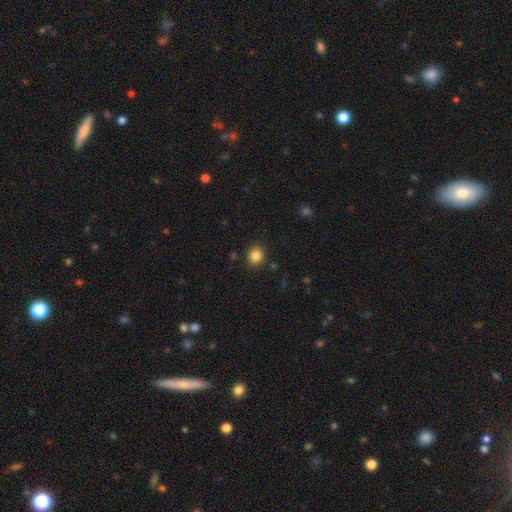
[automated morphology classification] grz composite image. It shows a smooth galaxy with no disk features (84%) that is round (83%). Merging: none (89%).